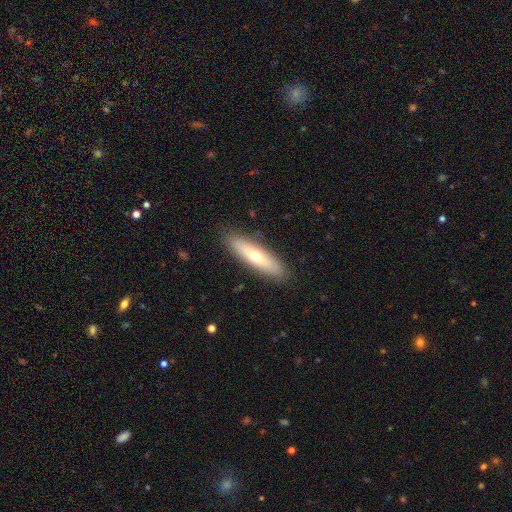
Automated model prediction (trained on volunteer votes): A smooth galaxy with no disk features (58%) that is cigar-shaped (67%). Merging: none (88%).